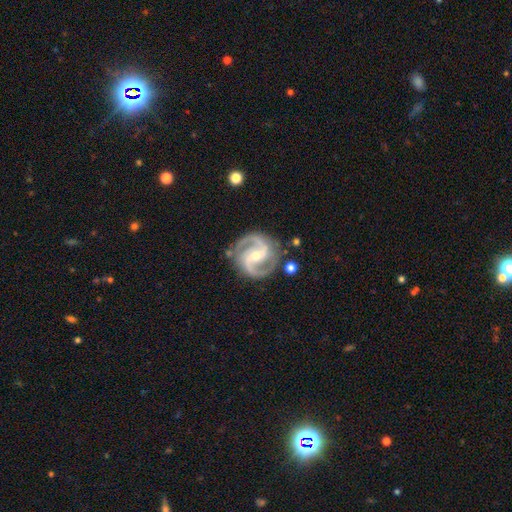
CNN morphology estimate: Smooth or featured: featured or disk — 93% (star or artifact — 4%)
Edge-on disk: no — 98% (yes — 2%)
Bar: weak — 38% (strong — 33%)
Spiral arms: yes — 98% (no — 2%)
Spiral winding: medium — 64% (tight — 26%)
Spiral arm count: 2 — 92% (3 — 3%)
Bulge size: small — 49% (moderate — 48%)
Merging: none — 83% (minor disturbance — 12%)